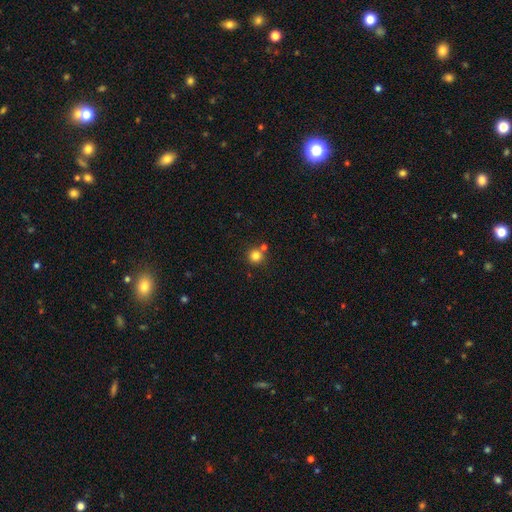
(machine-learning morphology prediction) This is clearly a smooth galaxy (82%). How rounded: clearly round (94%). Merging: likely none (76%).